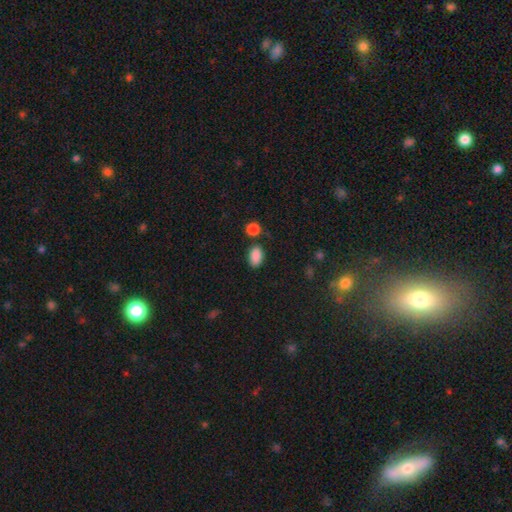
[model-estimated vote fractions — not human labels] smooth 88%, star or artifact 9%, featured or disk 3%. Down the decision tree: how rounded — in between (89%); merging — none (76%).